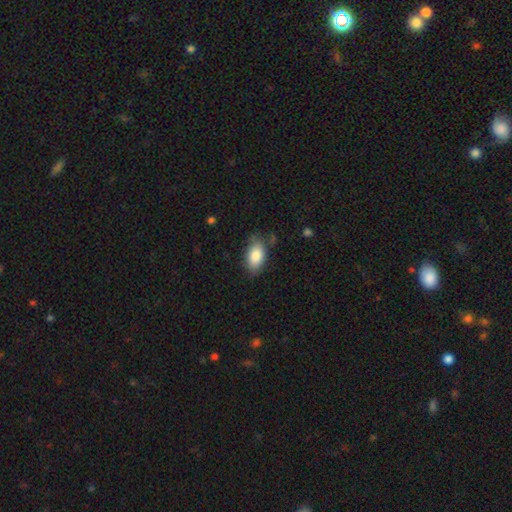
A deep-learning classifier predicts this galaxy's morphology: This appears to be a smooth galaxy with no disk features (84%) that is in between round and cigar-shaped (92%). Merging: none (73%).